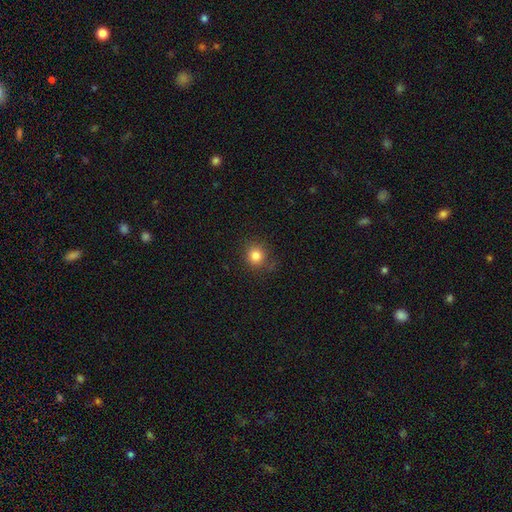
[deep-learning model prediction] Smooth or featured?
  - smooth: 82% *
  - star or artifact: 12%
  - featured or disk: 6%
How rounded?
  - round: 87% *
  - in between: 12%
  - cigar-shaped: 1%
Merging?
  - none: 83% *
  - minor disturbance: 12%
  - major disturbance: 4%
  - merger: 1%